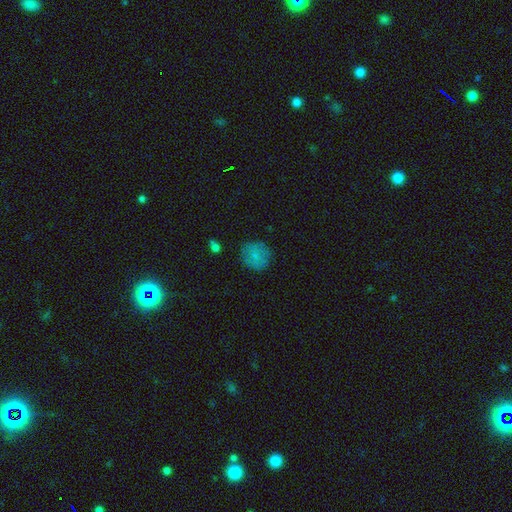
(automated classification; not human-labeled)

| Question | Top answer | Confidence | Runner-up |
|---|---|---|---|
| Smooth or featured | smooth | 76% | featured or disk (15%) |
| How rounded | round | 88% | in between (11%) |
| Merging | none | 83% | minor disturbance (13%) |